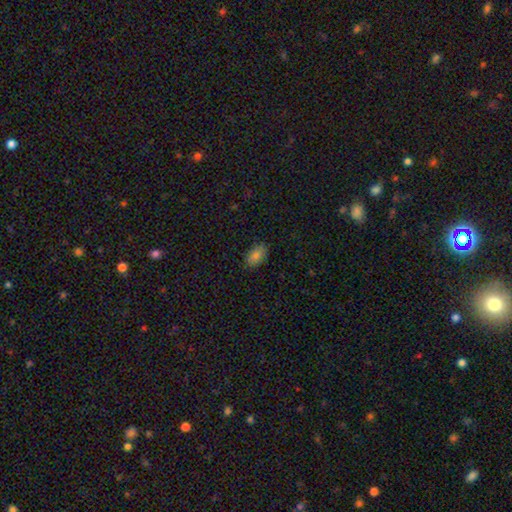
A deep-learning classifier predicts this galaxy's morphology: The model was most divided on "merging": none: 84%, minor disturbance: 13%, major disturbance: 2%, merger: 1%. More confident: how rounded — in between (89%); smooth or featured — smooth (82%).